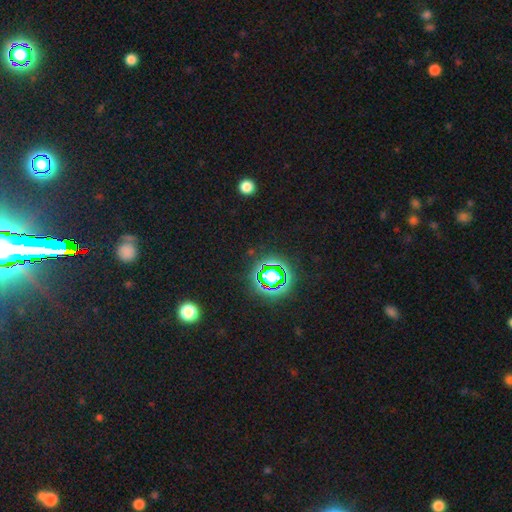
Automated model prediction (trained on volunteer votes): Smooth or featured? star or artifact (79%)